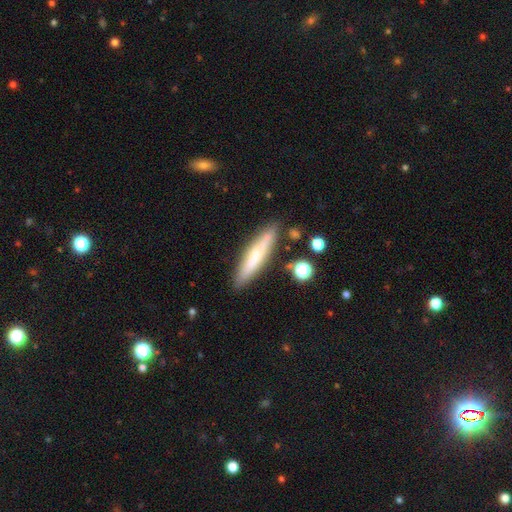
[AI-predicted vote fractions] Q: Smooth or featured?
A: smooth (57%); runner-up: featured or disk (36%)
Q: How rounded?
A: cigar-shaped (87%); runner-up: in between (11%)
Q: Merging?
A: none (83%); runner-up: minor disturbance (11%)